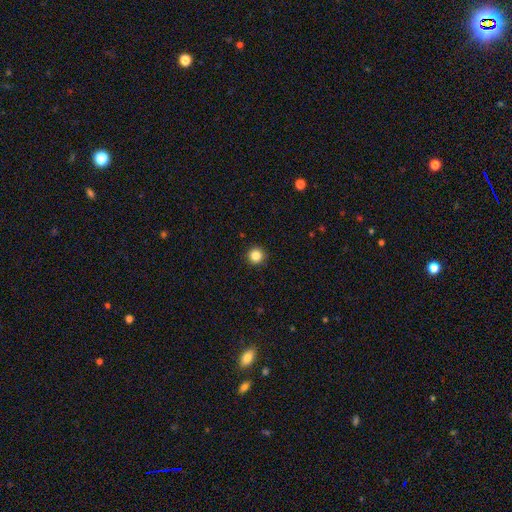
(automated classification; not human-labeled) smooth_or_featured: smooth (p=0.85) [alt: star or artifact p=0.11]
how_rounded: round (p=0.96) [alt: in between p=0.03]
merging: none (p=0.93) [alt: minor disturbance p=0.04]